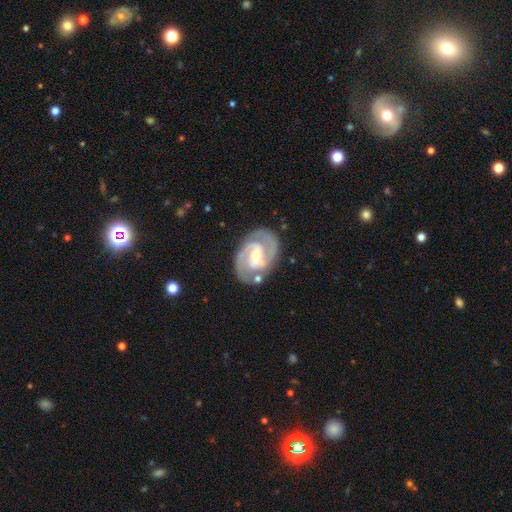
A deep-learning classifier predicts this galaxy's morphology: Smooth or featured? featured or disk (88%)
Edge-on disk? no (97%)
Bar? weak (47%)
Spiral arms? yes (97%)
Spiral winding? medium (50%)
Spiral arm count? 2 (86%)
Bulge size? moderate (49%)
Merging? none (78%)